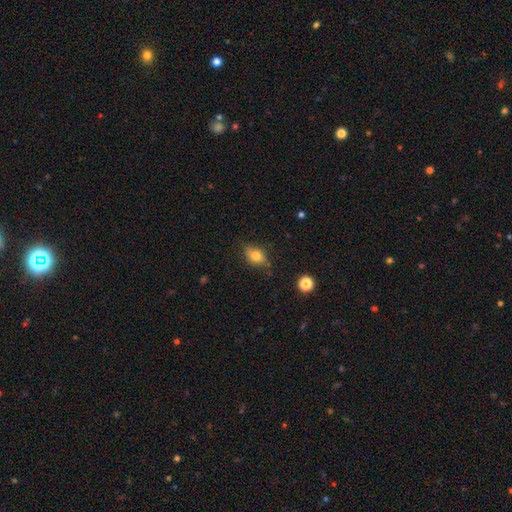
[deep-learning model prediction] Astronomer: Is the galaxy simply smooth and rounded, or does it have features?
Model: smooth — 74%.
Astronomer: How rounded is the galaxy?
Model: in between — 73%.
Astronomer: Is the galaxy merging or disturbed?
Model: none — 74%.